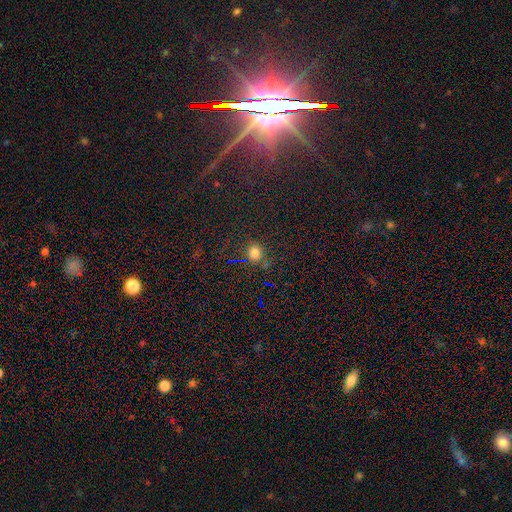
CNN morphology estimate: smooth 56%, star or artifact 35%, featured or disk 9%. Down the decision tree: how rounded — round (86%); merging — none (81%).